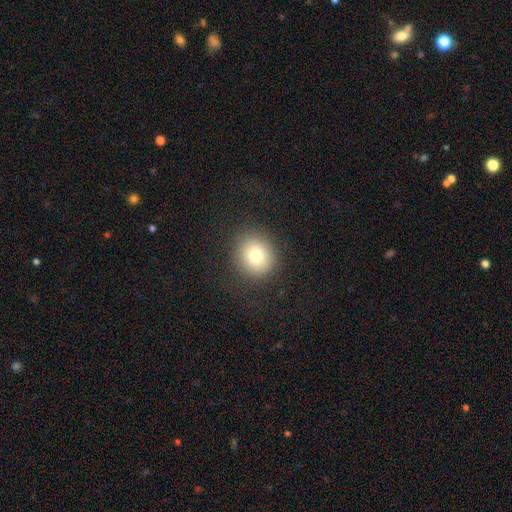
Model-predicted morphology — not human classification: A smooth galaxy with no disk features (78%) that is round (79%). Merging: none (87%).